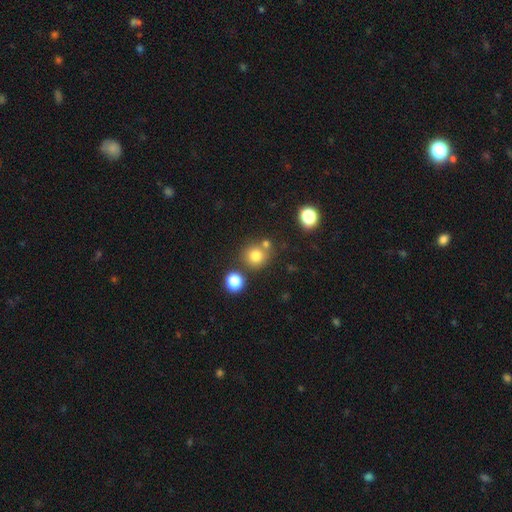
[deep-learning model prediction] Smooth or featured: smooth — 78% (star or artifact — 14%)
How rounded: round — 89% (in between — 10%)
Merging: none — 70% (merger — 17%)